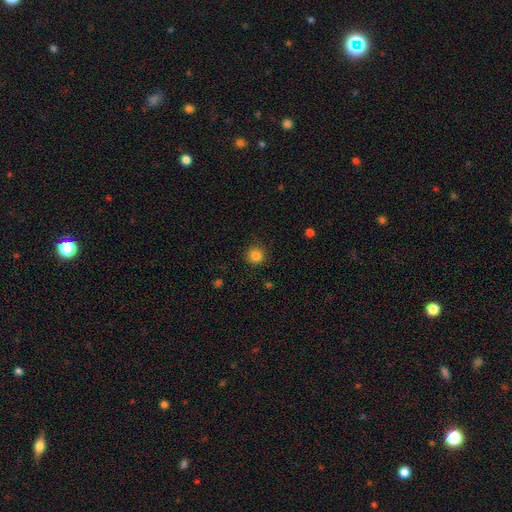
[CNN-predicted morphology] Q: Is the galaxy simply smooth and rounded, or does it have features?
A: smooth — 84%.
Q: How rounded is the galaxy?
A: round — 94%.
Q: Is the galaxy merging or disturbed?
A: none — 89%.